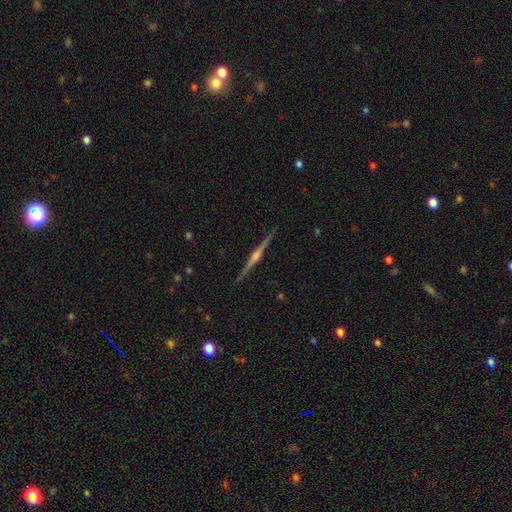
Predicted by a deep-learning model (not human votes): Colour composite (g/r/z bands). It shows a featured or disk galaxy (87%) viewed edge-on (99%) with a rounded central bulge (87%). Merging: none (93%).